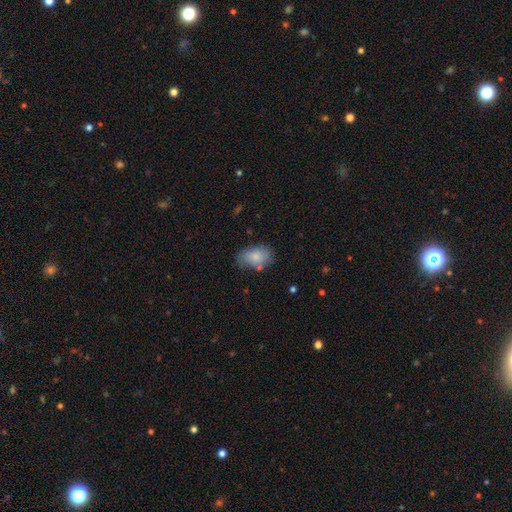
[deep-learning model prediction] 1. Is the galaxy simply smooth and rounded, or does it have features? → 78% smooth, 14% featured or disk, 7% star or artifact.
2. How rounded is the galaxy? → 88% in between, 11% round, 2% cigar-shaped.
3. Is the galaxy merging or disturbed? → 62% none, 27% minor disturbance, 7% major disturbance, 5% merger.